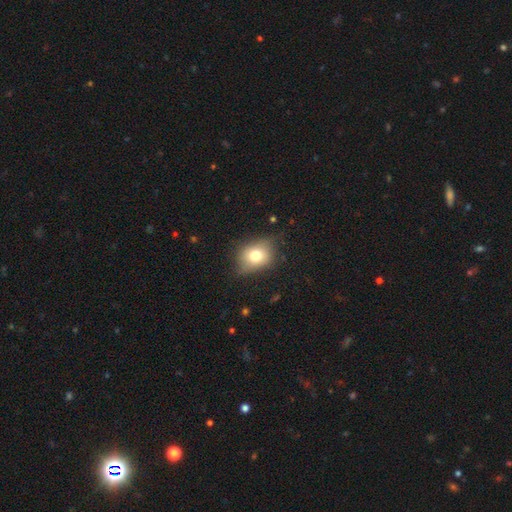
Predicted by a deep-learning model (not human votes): smooth_or_featured: smooth (p=0.72) [alt: featured or disk p=0.17]
how_rounded: in between (p=0.58) [alt: round p=0.40]
merging: none (p=0.65) [alt: minor disturbance p=0.27]